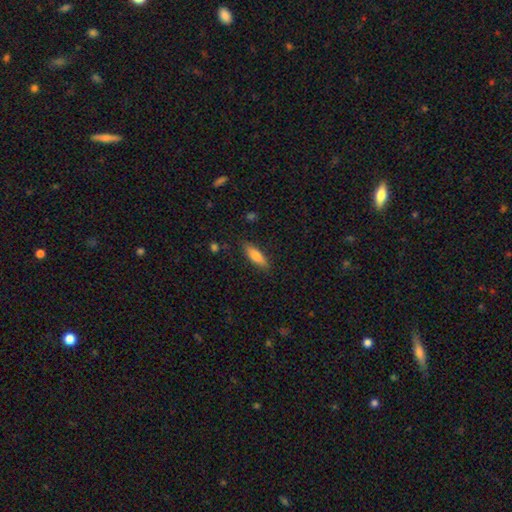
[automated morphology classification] smooth_or_featured: smooth (p=0.74) [alt: featured or disk p=0.20]
how_rounded: cigar-shaped (p=0.53) [alt: in between p=0.45]
merging: none (p=0.86) [alt: minor disturbance p=0.10]